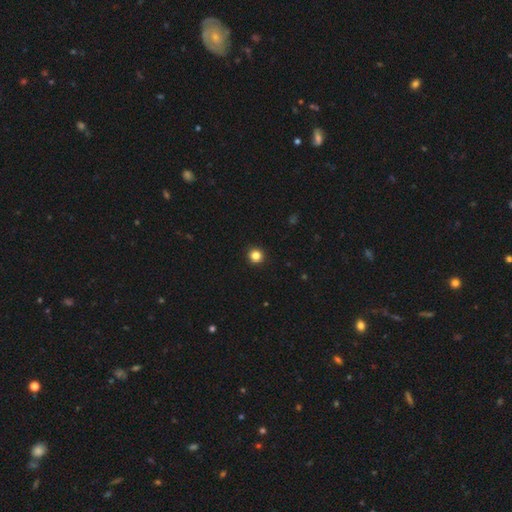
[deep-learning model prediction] Smooth or featured? smooth (84%)
How rounded? round (95%)
Merging? none (94%)